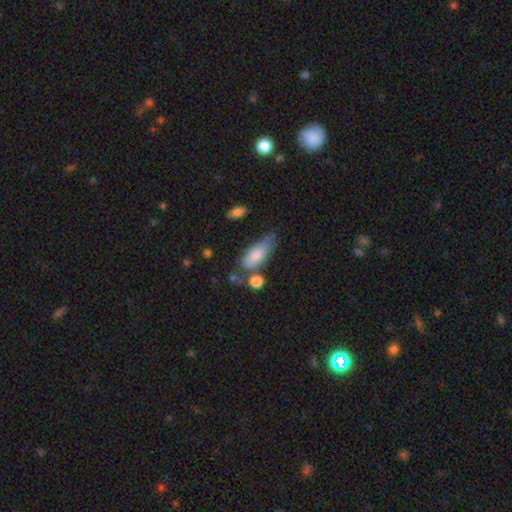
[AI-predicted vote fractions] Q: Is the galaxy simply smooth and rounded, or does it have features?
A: smooth — 76%.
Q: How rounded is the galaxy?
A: in between — 77%.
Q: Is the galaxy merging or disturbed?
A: none — 40%.